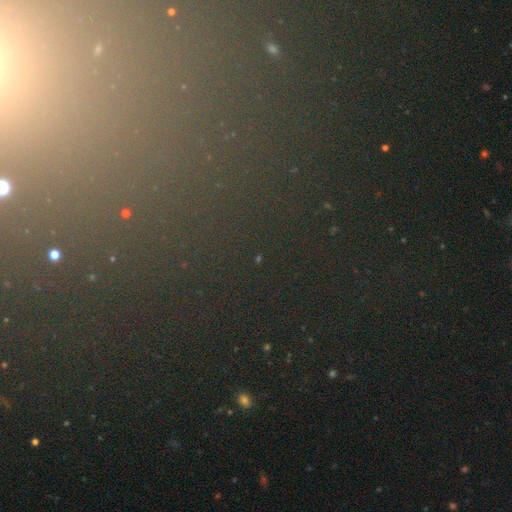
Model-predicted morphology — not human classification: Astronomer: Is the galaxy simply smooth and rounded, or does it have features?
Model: star or artifact — 76%.